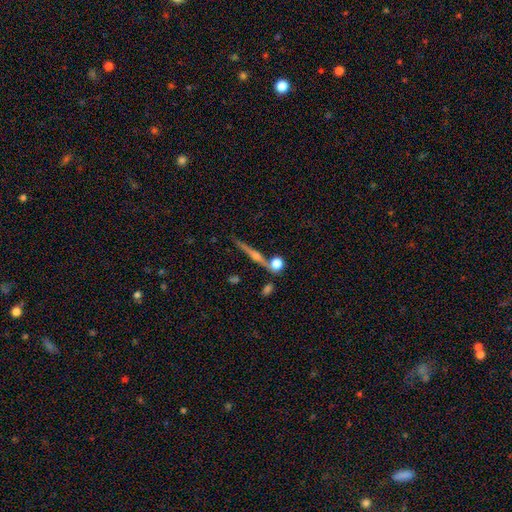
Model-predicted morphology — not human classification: The model was most divided on "smooth or featured": featured or disk: 71%, smooth: 19%, star or artifact: 11%. More confident: edge-on disk — yes (96%); edge-on bulge — rounded (83%); merging — none (76%).